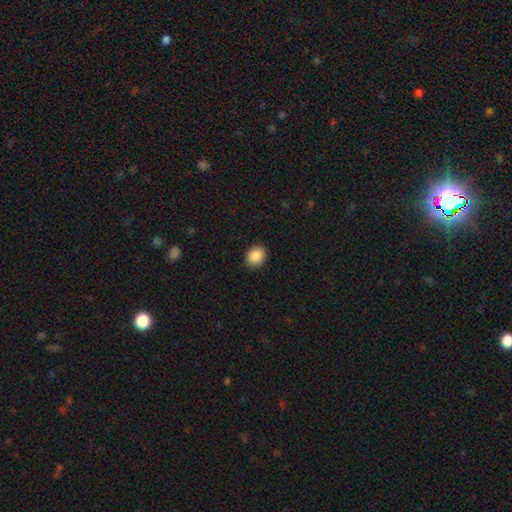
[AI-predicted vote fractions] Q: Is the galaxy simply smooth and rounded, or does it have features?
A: smooth — 88%.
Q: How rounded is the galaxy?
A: round — 58%.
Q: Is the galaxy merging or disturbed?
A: none — 89%.